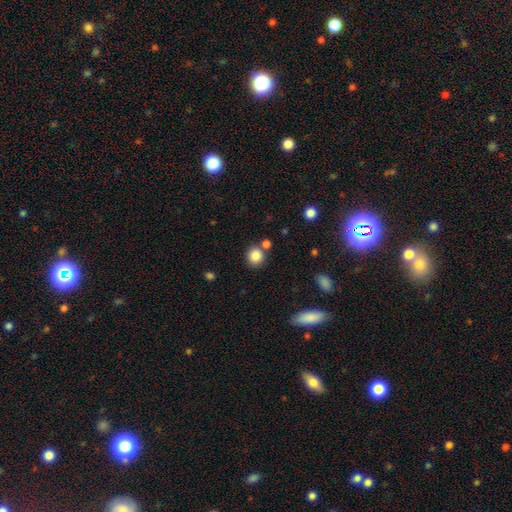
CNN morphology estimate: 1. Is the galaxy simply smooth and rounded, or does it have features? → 85% smooth, 10% star or artifact, 5% featured or disk.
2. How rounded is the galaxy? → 84% round, 15% in between, 1% cigar-shaped.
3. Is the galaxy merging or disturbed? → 75% none, 13% merger, 9% minor disturbance, 3% major disturbance.